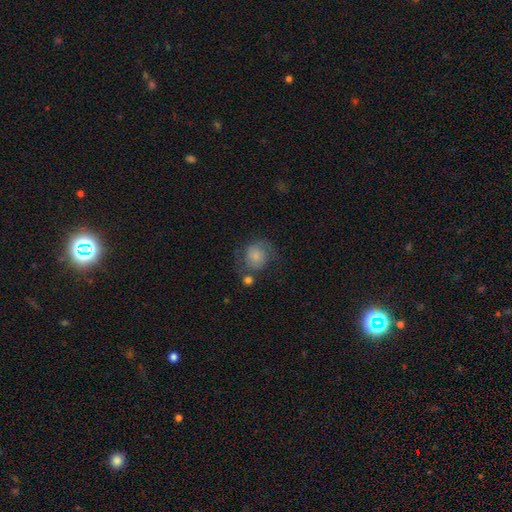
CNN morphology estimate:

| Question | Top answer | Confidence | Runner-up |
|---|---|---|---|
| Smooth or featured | smooth | 64% | featured or disk (28%) |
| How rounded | round | 79% | in between (20%) |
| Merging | none | 54% | minor disturbance (21%) |